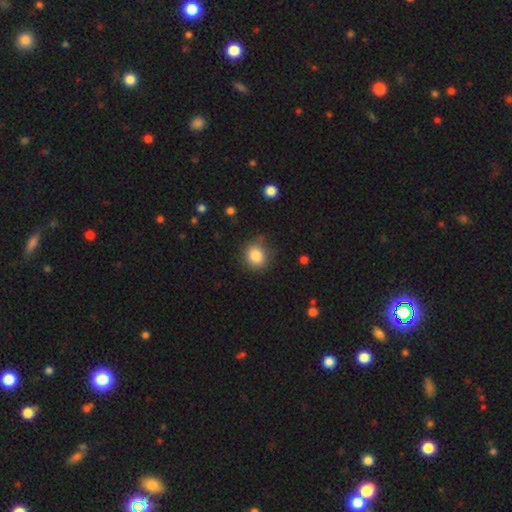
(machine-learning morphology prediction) This appears to be a smooth galaxy with no disk features (84%) that is round (79%). Merging: none (81%).